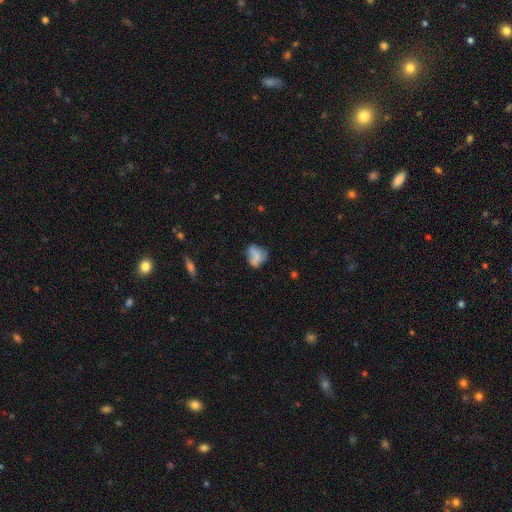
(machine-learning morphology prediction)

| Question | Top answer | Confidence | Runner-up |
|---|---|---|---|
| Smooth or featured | smooth | 59% | featured or disk (29%) |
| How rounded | in between | 62% | round (35%) |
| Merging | none | 40% | minor disturbance (28%) |